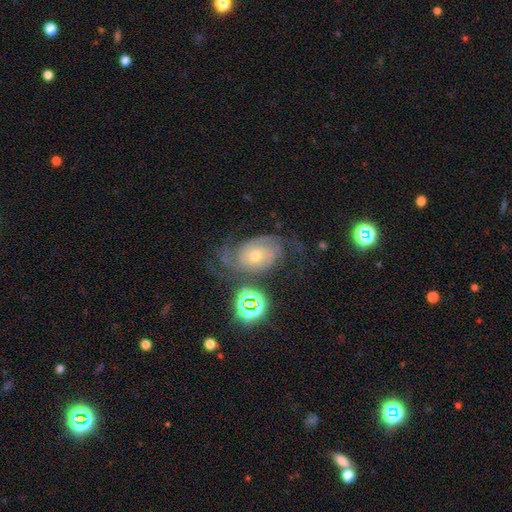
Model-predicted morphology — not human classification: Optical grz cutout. It shows a featured or disk galaxy (77%) with no bar (74%), 2 (37%) tight (48%) spiral arms (93%) and a small central bulge (52%). Merging: none (53%).